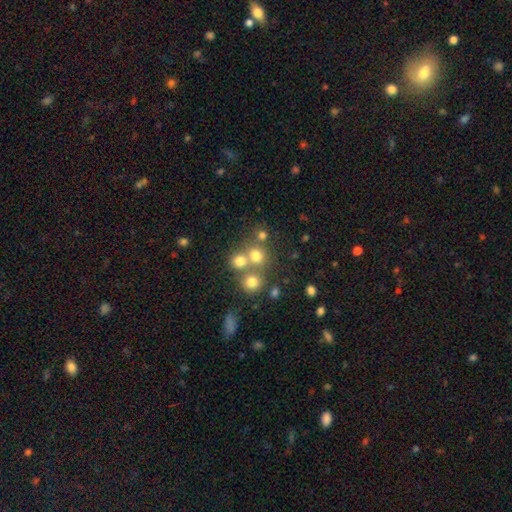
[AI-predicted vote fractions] This is likely a smooth galaxy (72%). How rounded: clearly round (85%). Merging: possibly none (55%).